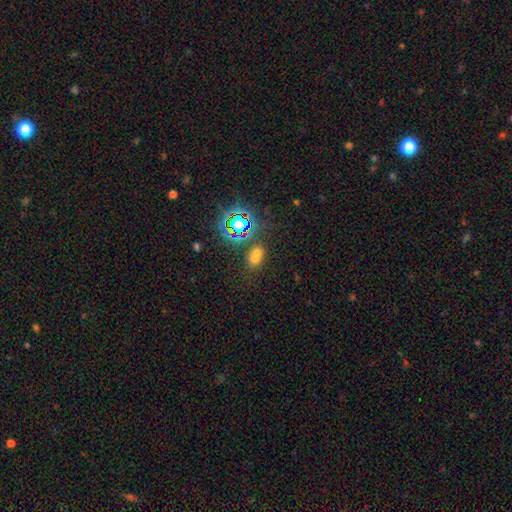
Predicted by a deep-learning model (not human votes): Morphology: type=smooth (53%); roundness=in between (51%); merging=merger (46%).